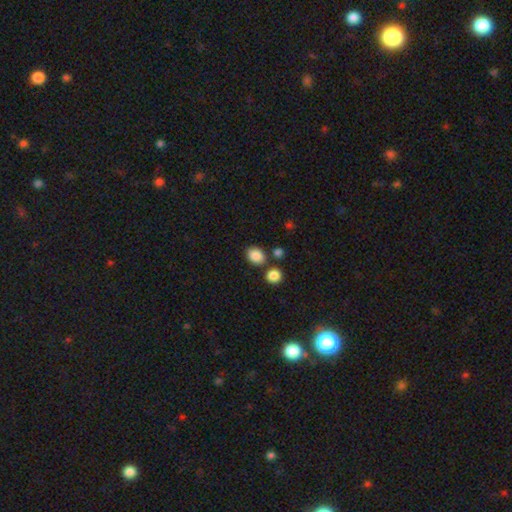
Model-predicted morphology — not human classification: Smooth or featured: smooth — 87% (star or artifact — 9%)
How rounded: round — 50% (in between — 49%)
Merging: none — 75% (merger — 11%)